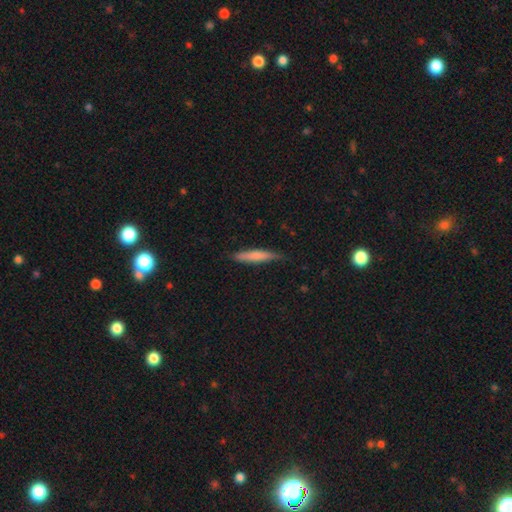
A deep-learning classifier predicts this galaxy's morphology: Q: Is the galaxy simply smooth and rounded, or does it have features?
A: smooth — 70%.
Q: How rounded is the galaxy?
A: cigar-shaped — 91%.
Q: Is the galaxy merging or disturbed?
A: none — 79%.